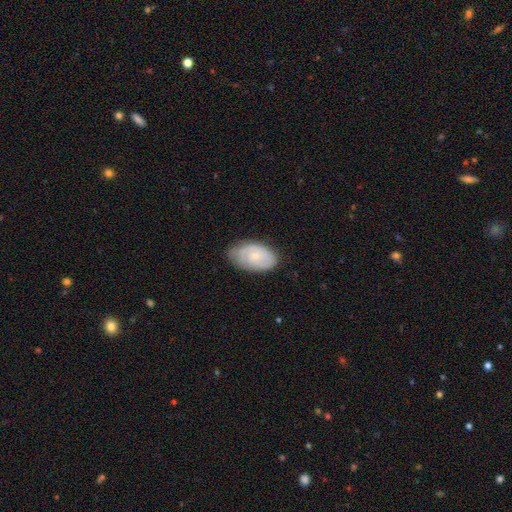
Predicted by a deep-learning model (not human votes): Smooth or featured: smooth — 50% (featured or disk — 44%)
Merging: none — 65% (minor disturbance — 28%)